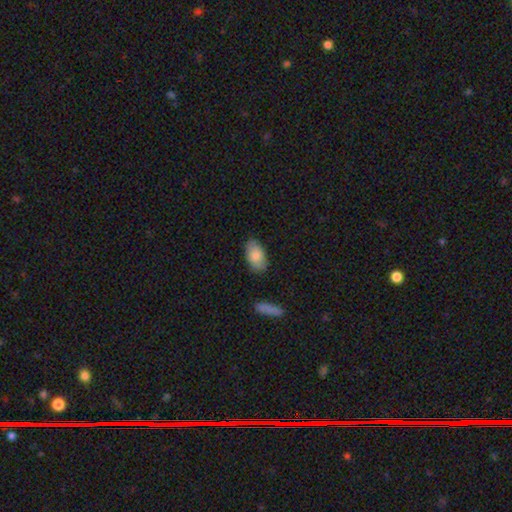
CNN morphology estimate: smooth-or-featured: smooth: 83% | featured or disk: 11% | star or artifact: 6%
  how-rounded: in between: 94% | round: 4% | cigar-shaped: 2%
  merging: none: 81% | minor disturbance: 14% | major disturbance: 3% | merger: 2%